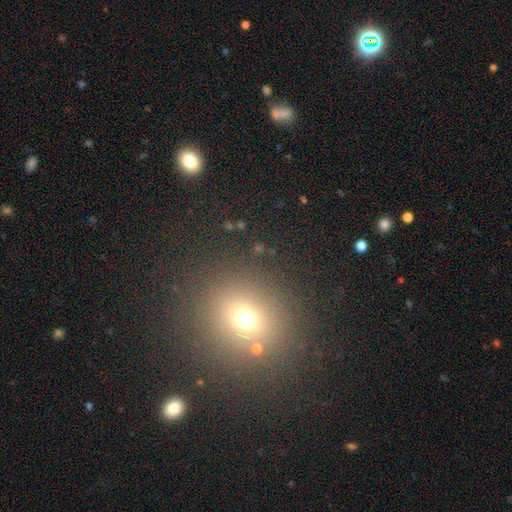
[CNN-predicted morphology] smooth 56%, star or artifact 33%, featured or disk 11%. Down the decision tree: how rounded — round (75%); merging — none (83%).